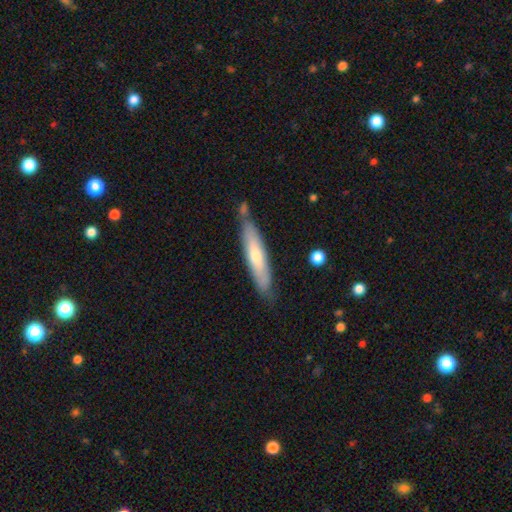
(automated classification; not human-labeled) Morphology: type=featured or disk (50%); merging=none (81%).